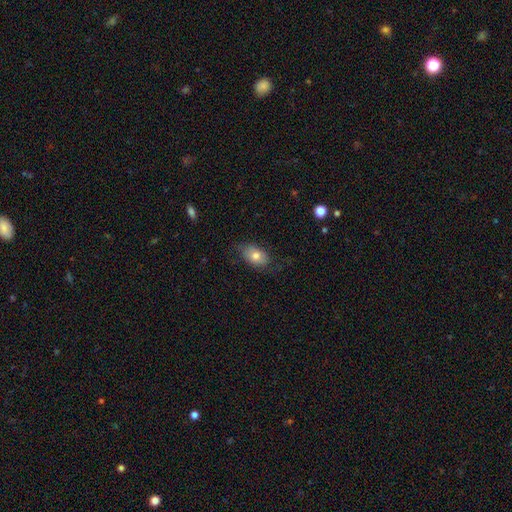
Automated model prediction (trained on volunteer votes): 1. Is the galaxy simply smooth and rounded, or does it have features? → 75% smooth, 17% featured or disk, 8% star or artifact.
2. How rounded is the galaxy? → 88% in between, 10% round, 2% cigar-shaped.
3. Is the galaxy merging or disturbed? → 67% none, 23% minor disturbance, 9% major disturbance, 1% merger.